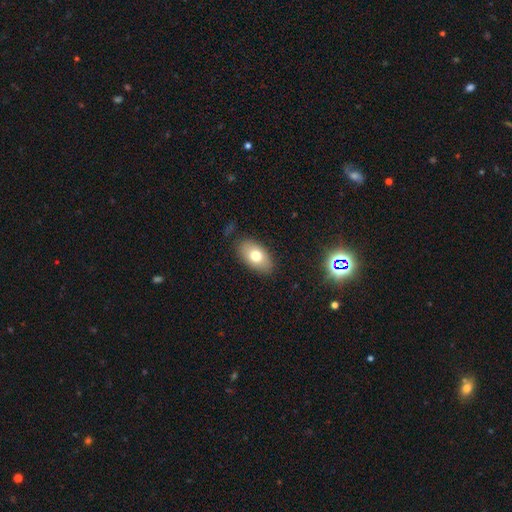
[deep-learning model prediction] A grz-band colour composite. It shows a smooth galaxy with no disk features (73%) that is in between round and cigar-shaped (92%). Merging: none (84%).